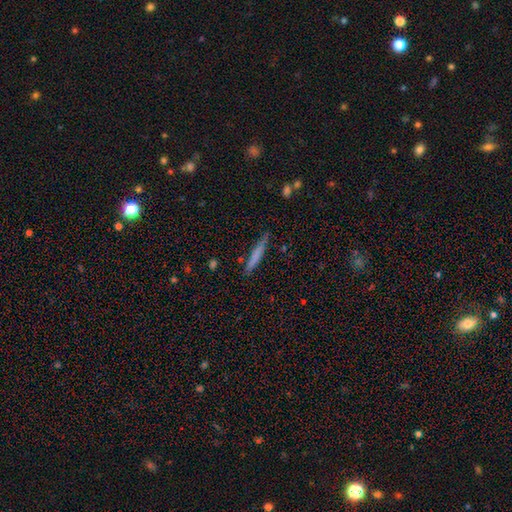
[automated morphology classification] Q: Smooth or featured?
A: smooth (68%); runner-up: featured or disk (26%)
Q: How rounded?
A: cigar-shaped (94%); runner-up: in between (4%)
Q: Merging?
A: none (81%); runner-up: minor disturbance (14%)